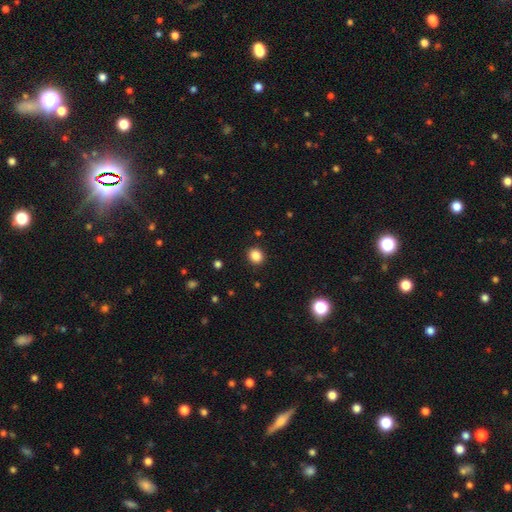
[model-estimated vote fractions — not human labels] Morphology: type=smooth (85%); roundness=round (74%); merging=none (91%).